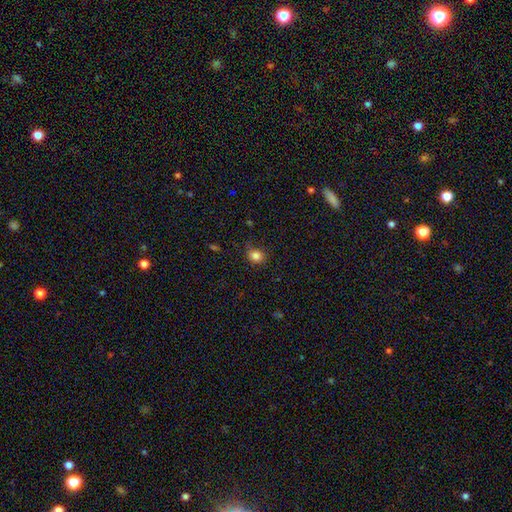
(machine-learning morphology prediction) Overall: smooth (84%). How rounded: round (75%). Merging: none (79%).